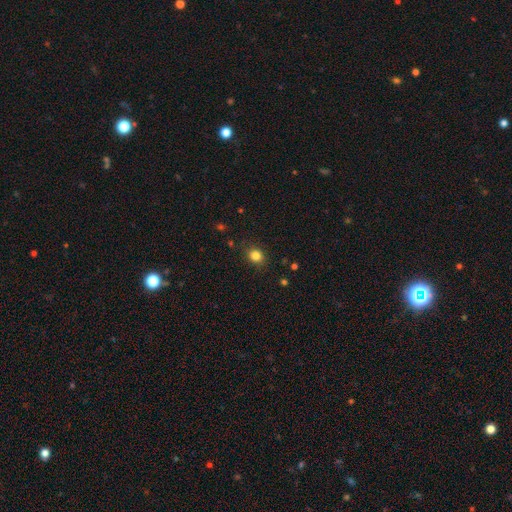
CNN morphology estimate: Overall: smooth (83%). How rounded: round (69%; in between 30%). Merging: none (86%).